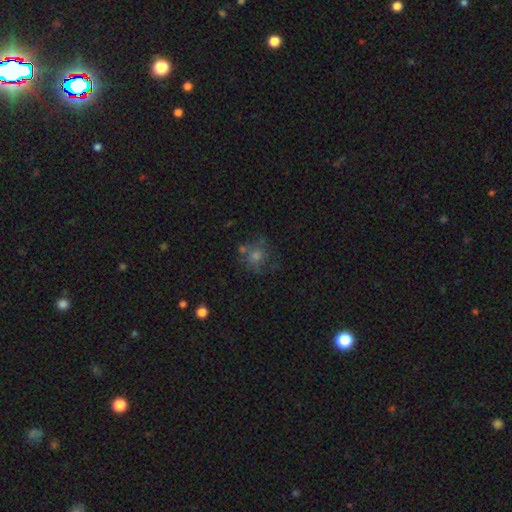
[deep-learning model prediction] Q: Smooth or featured?
A: smooth (50%); runner-up: star or artifact (25%)
Q: How rounded?
A: round (81%); runner-up: in between (18%)
Q: Merging?
A: none (62%); runner-up: minor disturbance (17%)